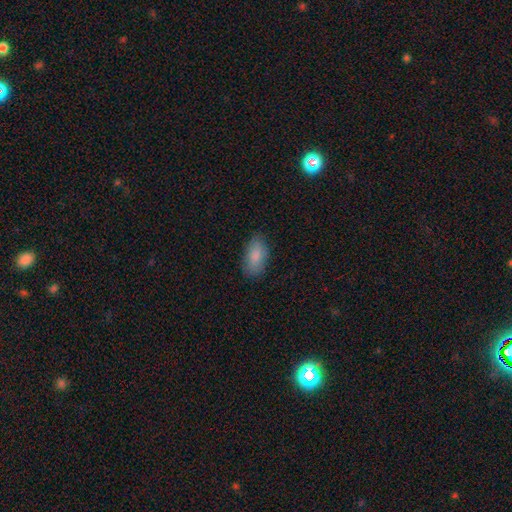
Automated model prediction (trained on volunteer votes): A smooth galaxy with no disk features (86%) that is in between round and cigar-shaped (92%).

Vote fractions:
- Smooth or featured? smooth: 86% / featured or disk: 7% / star or artifact: 7%
- How rounded? in between: 92% / cigar-shaped: 5% / round: 3%
- Merging? none: 82% / minor disturbance: 14% / major disturbance: 3% / merger: 1%